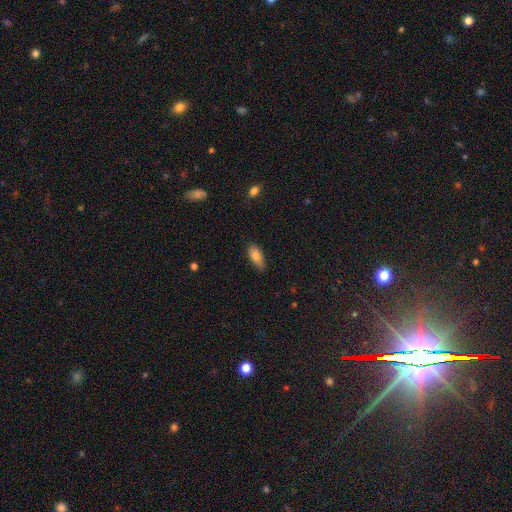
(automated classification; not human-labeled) Overall: smooth (79%). How rounded: in between (82%). Merging: none (74%).